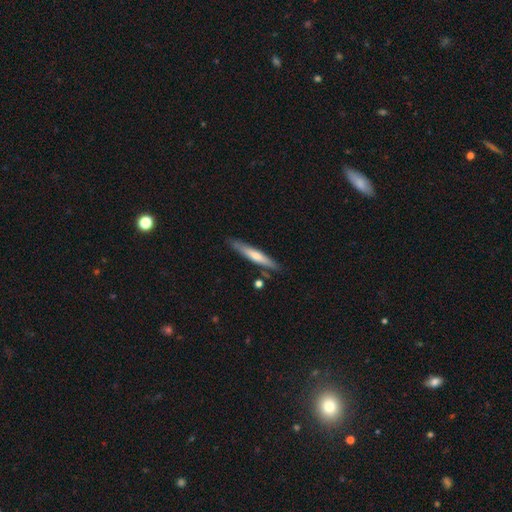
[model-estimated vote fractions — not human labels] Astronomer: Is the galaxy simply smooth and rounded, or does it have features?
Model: smooth — 53% (runner-up: featured or disk, 42%).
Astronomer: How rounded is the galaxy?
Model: cigar-shaped — 92%.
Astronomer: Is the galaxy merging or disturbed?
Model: none — 82%.